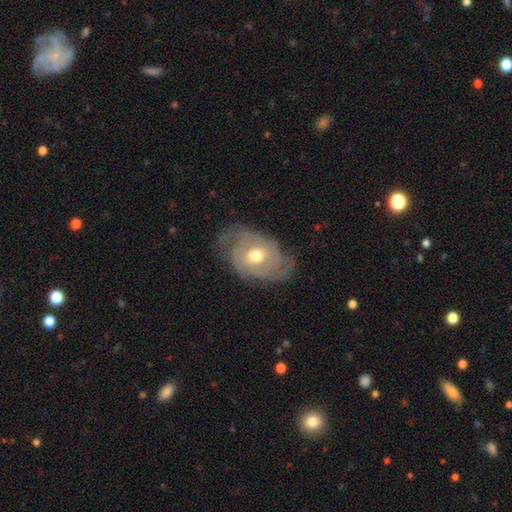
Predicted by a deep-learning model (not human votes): A featured or disk galaxy (79%) with no bar (69%), 2 (42%) tight (46%) spiral arms (86%) and a moderate central bulge (75%).

Vote fractions:
- Smooth or featured? featured or disk: 79% / smooth: 15% / star or artifact: 5%
- Edge-on disk? no: 96% / yes: 4%
- Bar? no: 69% / weak: 25% / strong: 6%
- Spiral arms? yes: 86% / no: 14%
- Spiral winding? tight: 46% / medium: 38% / loose: 16%
- Spiral arm count? 2: 42% / can't tell: 27% / 3: 17% / 1: 5% / 4: 5% / more than 4: 4%
- Bulge size? moderate: 75% / small: 14% / large: 9% / dominant: 1% / none: 1%
- Merging? none: 59% / minor disturbance: 24% / major disturbance: 16% / merger: 1%